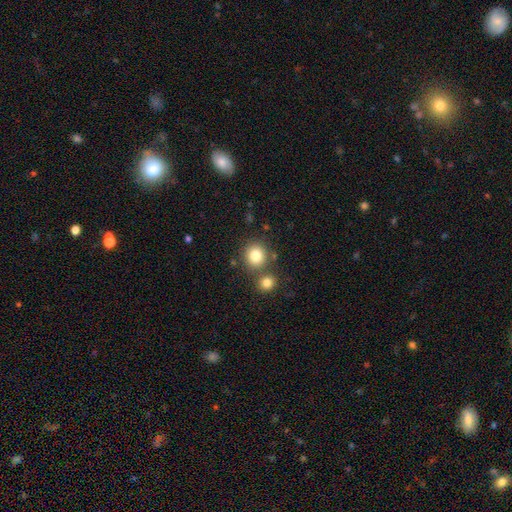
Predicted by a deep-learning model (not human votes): Q: Smooth or featured?
A: smooth (82%); runner-up: star or artifact (11%)
Q: How rounded?
A: round (86%); runner-up: in between (13%)
Q: Merging?
A: none (70%); runner-up: merger (19%)